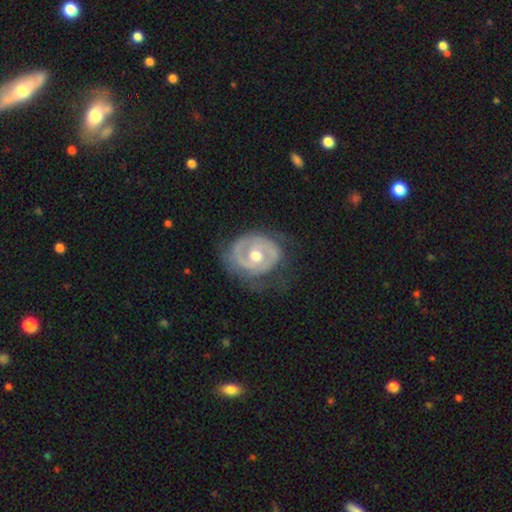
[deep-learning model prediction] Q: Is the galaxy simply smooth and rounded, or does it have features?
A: featured or disk — 73%.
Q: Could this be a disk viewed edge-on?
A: no — 96%.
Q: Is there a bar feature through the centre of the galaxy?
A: no — 66%.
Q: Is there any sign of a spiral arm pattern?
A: yes — 59%.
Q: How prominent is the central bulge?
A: moderate — 78%.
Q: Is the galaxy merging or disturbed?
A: none — 61%.